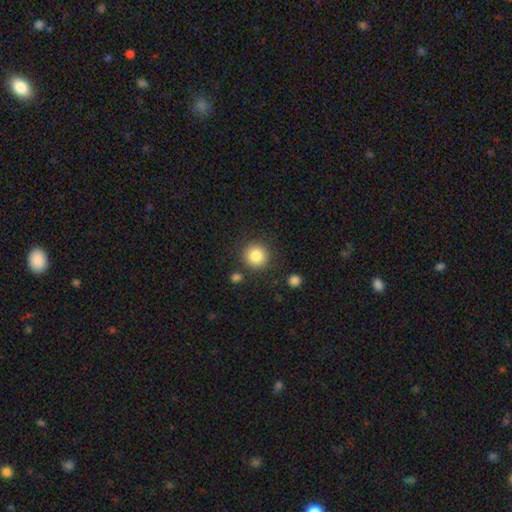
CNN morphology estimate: Smooth or featured? smooth (85%)
How rounded? round (94%)
Merging? none (86%)